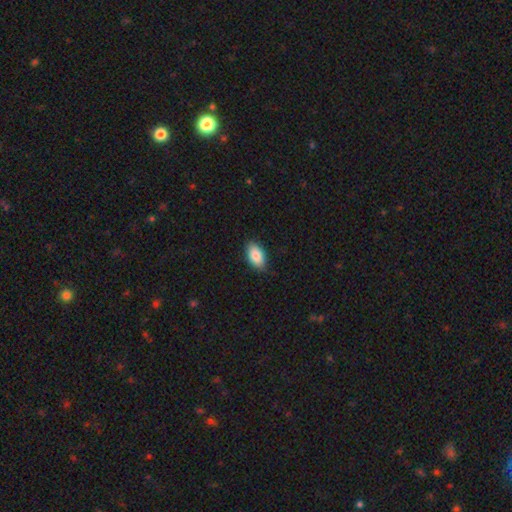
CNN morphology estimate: smooth-or-featured: smooth: 86% | featured or disk: 7% | star or artifact: 7%
  how-rounded: in between: 93% | round: 4% | cigar-shaped: 2%
  merging: none: 84% | minor disturbance: 13% | major disturbance: 2% | merger: 1%